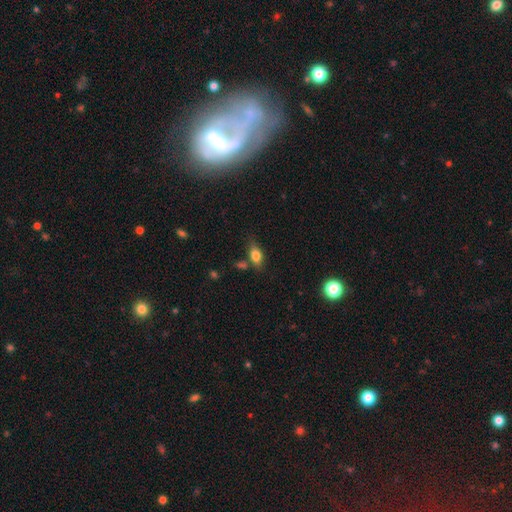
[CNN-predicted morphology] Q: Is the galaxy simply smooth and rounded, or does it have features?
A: smooth — 77%.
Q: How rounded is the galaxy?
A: in between — 82%.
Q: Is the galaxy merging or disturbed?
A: none — 63%.